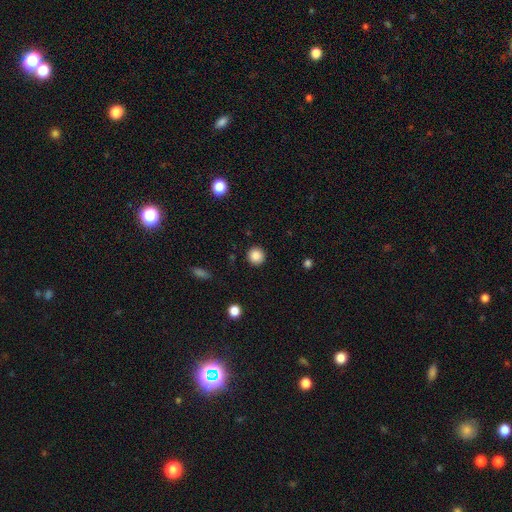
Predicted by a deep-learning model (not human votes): This is clearly a smooth galaxy (87%). How rounded: clearly round (94%). Merging: clearly none (91%).